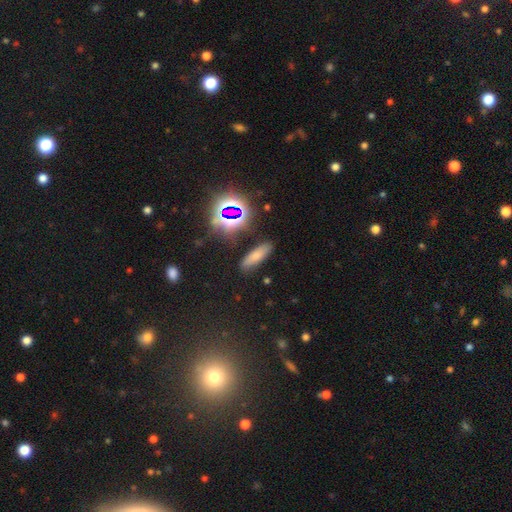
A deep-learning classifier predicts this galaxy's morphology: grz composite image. It shows a smooth galaxy with no disk features (64%) that is in between round and cigar-shaped (51%). Merging: none (84%).